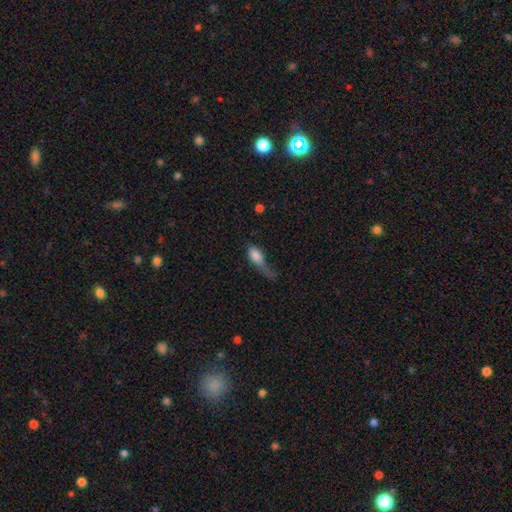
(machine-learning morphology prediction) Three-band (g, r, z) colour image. It shows a smooth galaxy with no disk features (75%) that is in between round and cigar-shaped (79%). Merging: major disturbance (51%).